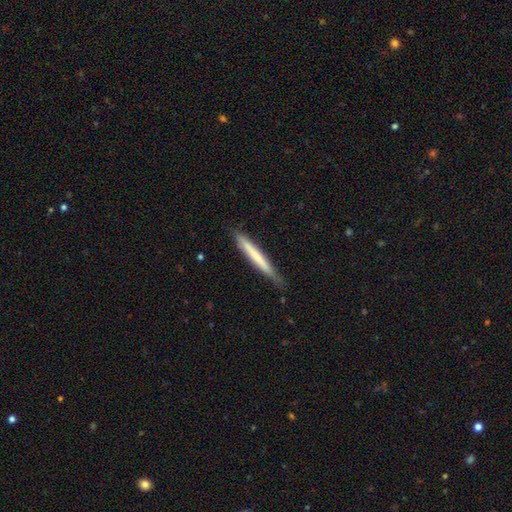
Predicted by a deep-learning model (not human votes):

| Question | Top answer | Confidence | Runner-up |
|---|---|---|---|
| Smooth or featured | smooth | 62% | featured or disk (32%) |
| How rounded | cigar-shaped | 96% | in between (3%) |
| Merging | none | 80% | minor disturbance (16%) |